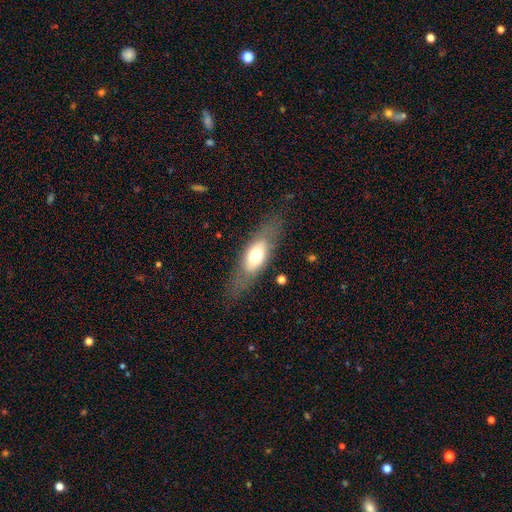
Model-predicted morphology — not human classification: type=smooth (57%); roundness=in between (70%); merging=none (75%).